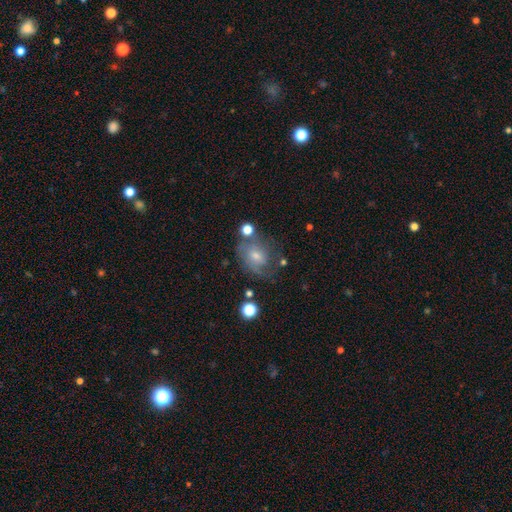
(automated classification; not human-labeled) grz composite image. It shows a featured or disk galaxy (52%). Merging: none (58%).